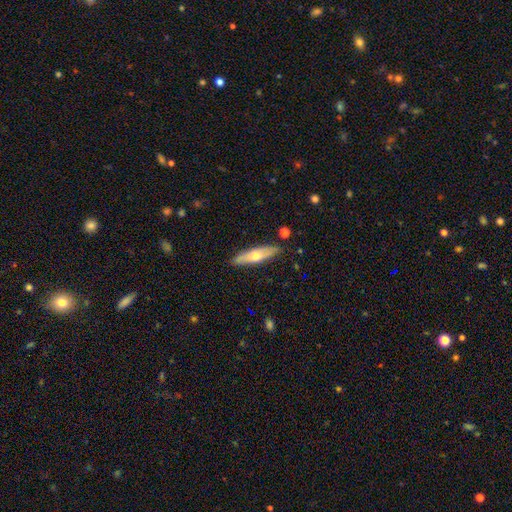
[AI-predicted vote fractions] Q: Smooth or featured?
A: smooth (52%); runner-up: featured or disk (42%)
Q: How rounded?
A: cigar-shaped (67%); runner-up: in between (31%)
Q: Merging?
A: none (87%); runner-up: minor disturbance (9%)